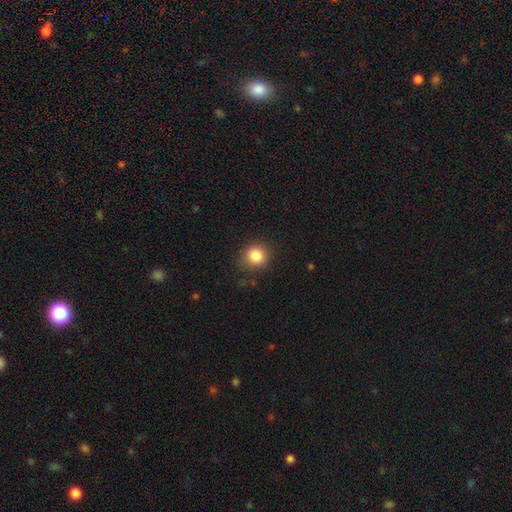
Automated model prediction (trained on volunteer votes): The model was most divided on "how rounded": round: 85%, in between: 14%, cigar-shaped: 1%. More confident: smooth or featured — smooth (85%); merging — none (84%).